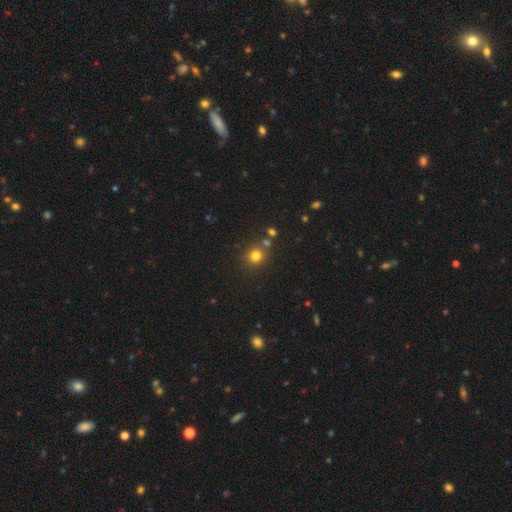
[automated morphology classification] smooth_or_featured: smooth (p=0.78) [alt: star or artifact p=0.16]
how_rounded: round (p=0.89) [alt: in between p=0.10]
merging: none (p=0.77) [alt: merger p=0.11]